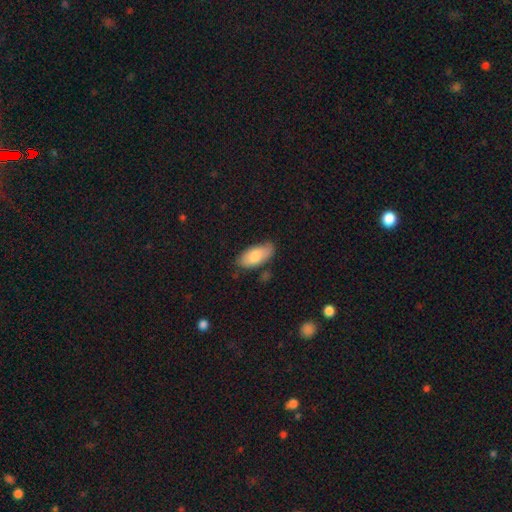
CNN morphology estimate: This is likely a smooth galaxy (80%). How rounded: clearly in between (90%). Merging: likely none (76%).